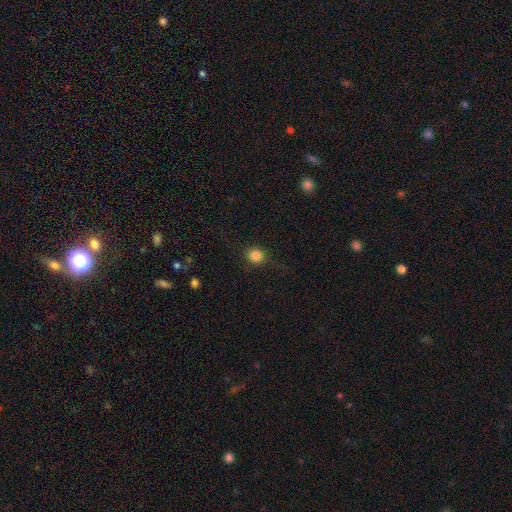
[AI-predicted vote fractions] smooth_or_featured: smooth (p=0.84) [alt: star or artifact p=0.11]
how_rounded: round (p=0.88) [alt: in between p=0.11]
merging: none (p=0.84) [alt: minor disturbance p=0.11]